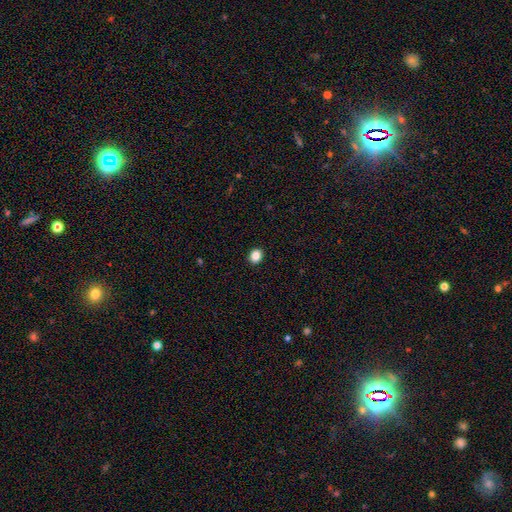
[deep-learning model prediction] This is clearly a smooth galaxy (86%). How rounded: likely round (66%). Merging: clearly none (92%).